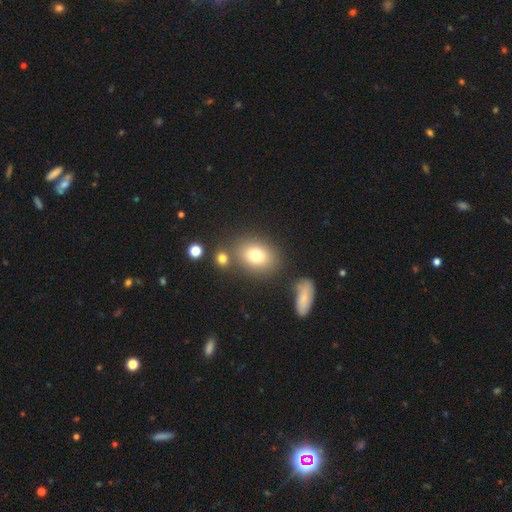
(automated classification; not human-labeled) Smooth or featured: smooth — 76% (featured or disk — 12%)
How rounded: in between — 63% (round — 35%)
Merging: none — 74% (minor disturbance — 11%)